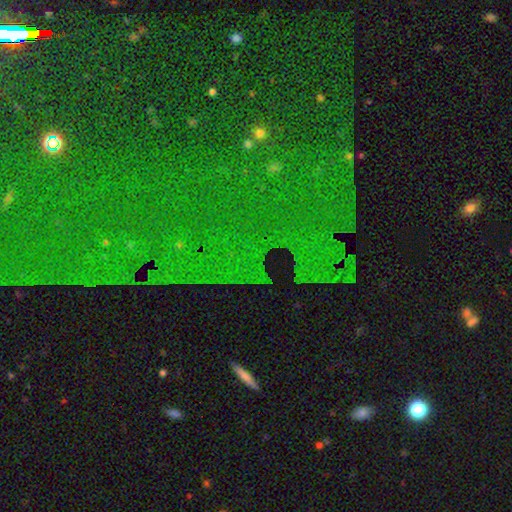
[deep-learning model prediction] smooth-or-featured: star or artifact: 81% | smooth: 10% | featured or disk: 9%